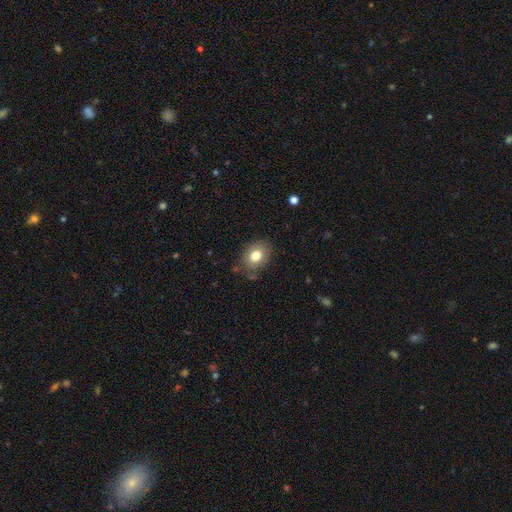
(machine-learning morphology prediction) A smooth galaxy with no disk features (79%) that is in between round and cigar-shaped (57%).

Vote fractions:
- Smooth or featured? smooth: 79% / featured or disk: 12% / star or artifact: 9%
- How rounded? in between: 57% / round: 42% / cigar-shaped: 1%
- Merging? none: 78% / minor disturbance: 16% / major disturbance: 4% / merger: 2%